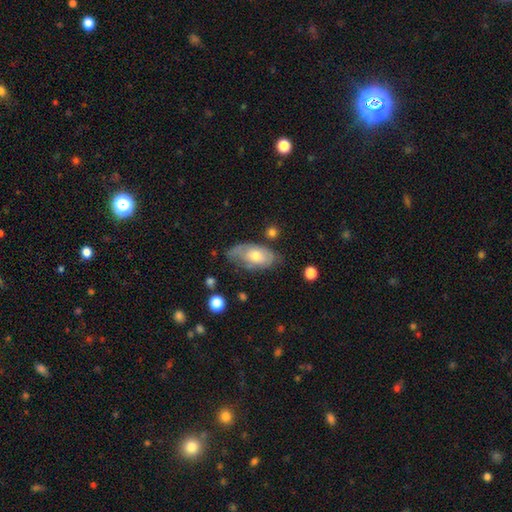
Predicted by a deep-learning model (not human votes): A smooth galaxy with no disk features (52%) that is in between round and cigar-shaped (90%).

Vote fractions:
- Smooth or featured? smooth: 52% / featured or disk: 41% / star or artifact: 6%
- How rounded? in between: 90% / cigar-shaped: 5% / round: 5%
- Merging? none: 51% / minor disturbance: 32% / major disturbance: 13% / merger: 4%